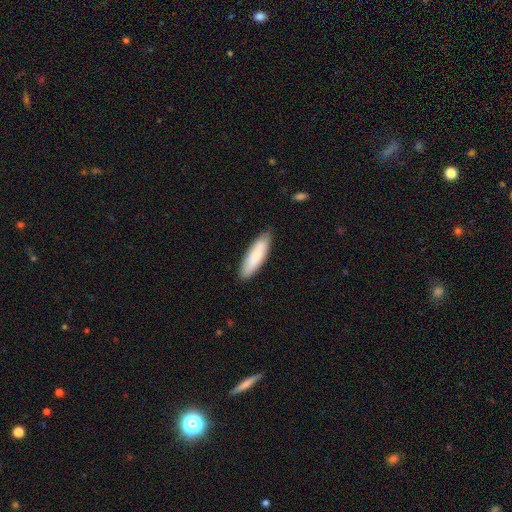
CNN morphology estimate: A smooth galaxy with no disk features (82%) that is cigar-shaped (58%). Merging: none (84%).